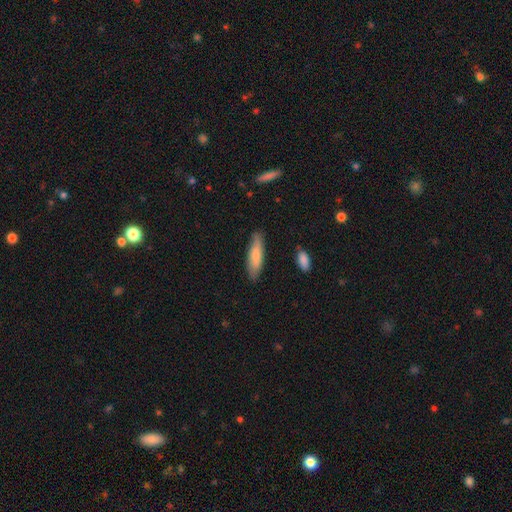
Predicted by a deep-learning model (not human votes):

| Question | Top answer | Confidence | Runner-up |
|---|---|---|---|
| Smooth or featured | smooth | 74% | featured or disk (20%) |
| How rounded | cigar-shaped | 64% | in between (35%) |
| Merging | none | 82% | minor disturbance (13%) |